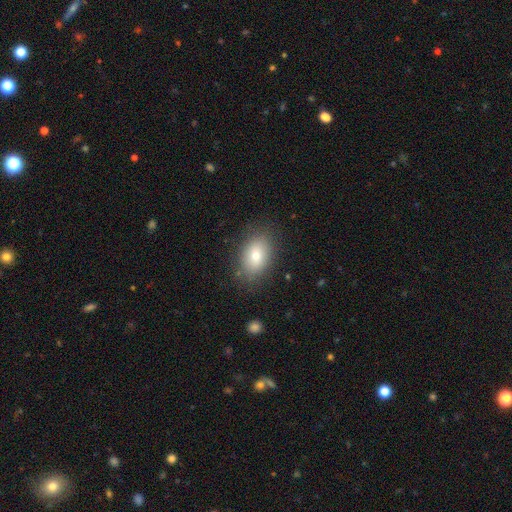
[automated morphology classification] Smooth or featured? smooth (74%)
How rounded? in between (82%)
Merging? none (83%)